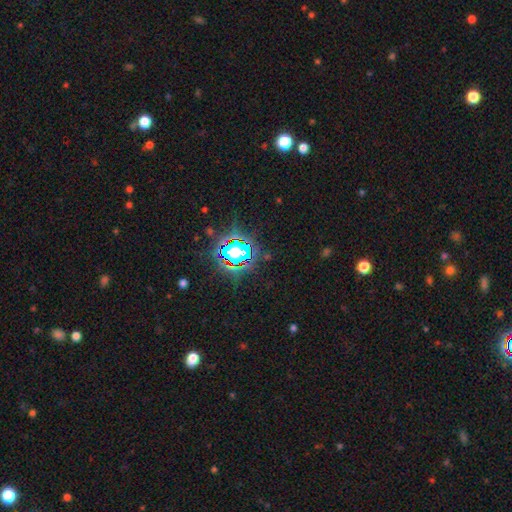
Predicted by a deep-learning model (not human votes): Smooth or featured: star or artifact — 82% (smooth — 11%)